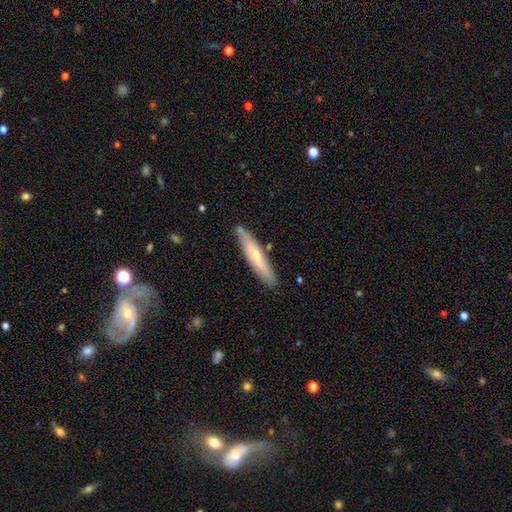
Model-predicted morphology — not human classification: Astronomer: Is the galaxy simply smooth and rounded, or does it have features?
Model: smooth — 55% (runner-up: featured or disk, 40%).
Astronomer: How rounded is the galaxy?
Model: cigar-shaped — 88%.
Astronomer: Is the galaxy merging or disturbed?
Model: none — 82%.